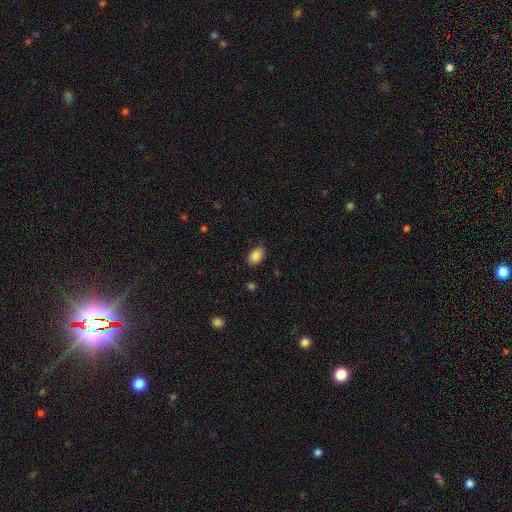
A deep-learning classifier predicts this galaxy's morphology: Q: Smooth or featured?
A: smooth (86%); runner-up: star or artifact (8%)
Q: How rounded?
A: in between (89%); runner-up: round (10%)
Q: Merging?
A: none (83%); runner-up: minor disturbance (13%)